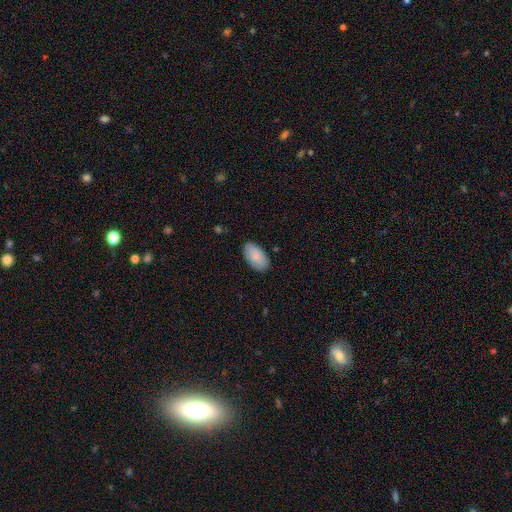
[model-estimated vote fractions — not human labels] A smooth galaxy with no disk features (86%) that is in between round and cigar-shaped (95%).

Vote fractions:
- Smooth or featured? smooth: 86% / featured or disk: 8% / star or artifact: 6%
- How rounded? in between: 95% / round: 3% / cigar-shaped: 2%
- Merging? none: 84% / minor disturbance: 13% / major disturbance: 2% / merger: 1%